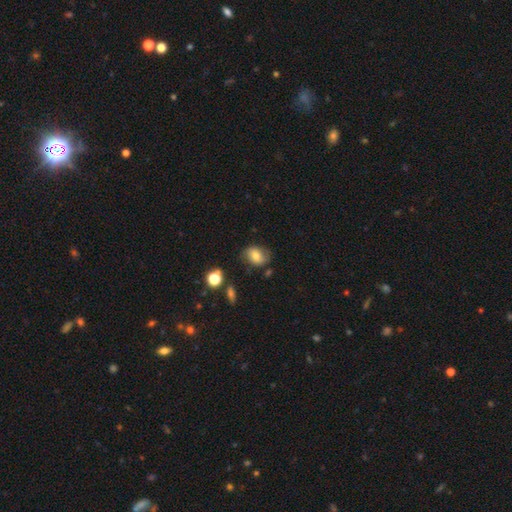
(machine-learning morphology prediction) smooth_or_featured: smooth (p=0.68) [alt: featured or disk p=0.21]
how_rounded: in between (p=0.64) [alt: round p=0.35]
merging: none (p=0.70) [alt: minor disturbance p=0.21]